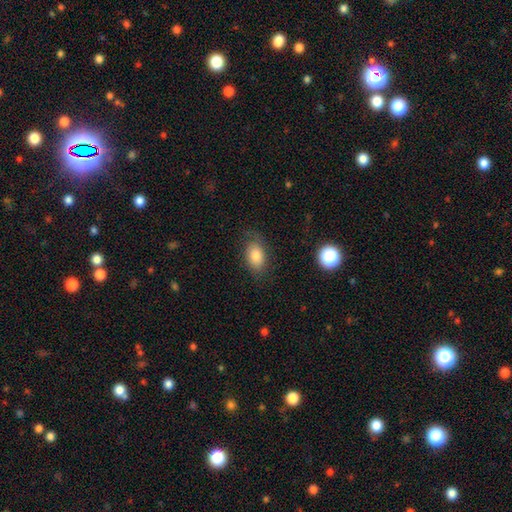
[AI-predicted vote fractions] A smooth galaxy with no disk features (80%) that is in between round and cigar-shaped (87%).

Vote fractions:
- Smooth or featured? smooth: 80% / featured or disk: 11% / star or artifact: 9%
- How rounded? in between: 87% / round: 11% / cigar-shaped: 2%
- Merging? none: 75% / minor disturbance: 18% / major disturbance: 6% / merger: 1%